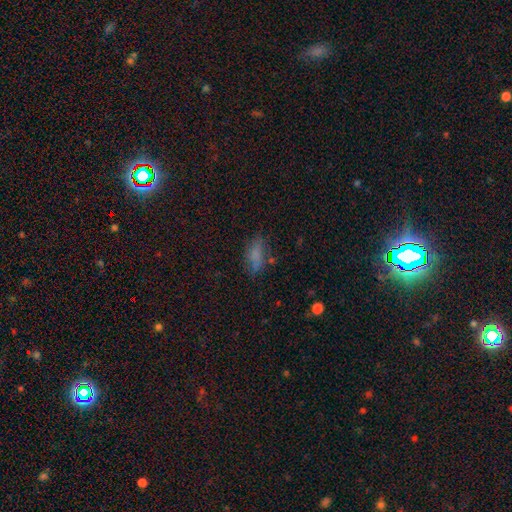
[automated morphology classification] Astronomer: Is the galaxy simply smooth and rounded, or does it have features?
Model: smooth — 73%.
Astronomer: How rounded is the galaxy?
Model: in between — 80%.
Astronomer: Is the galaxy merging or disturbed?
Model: none — 63%.